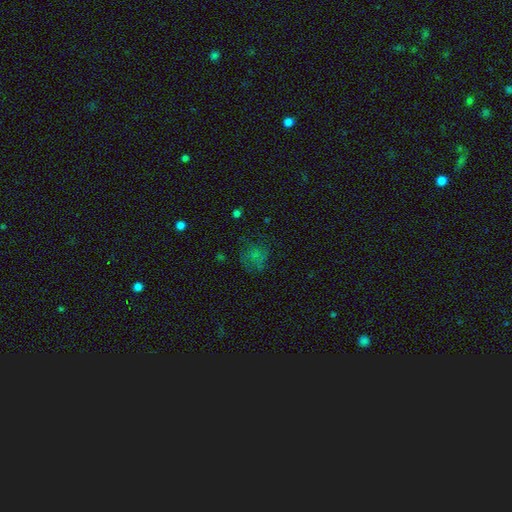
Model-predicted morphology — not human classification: This appears to be a smooth galaxy with no disk features (60%) that is round (72%). Merging: none (56%).